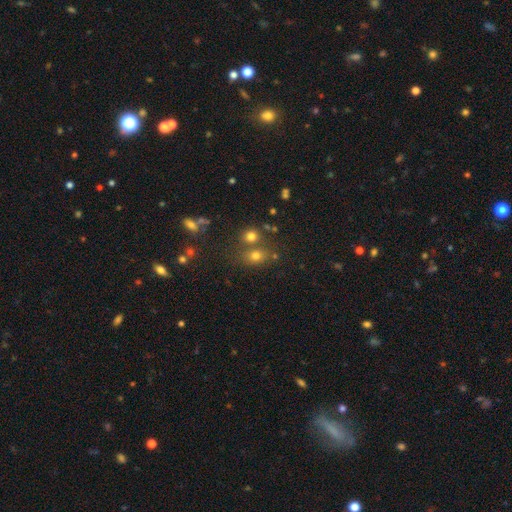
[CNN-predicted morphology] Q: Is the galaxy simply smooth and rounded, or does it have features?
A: smooth — 70%.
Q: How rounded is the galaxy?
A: round — 52%.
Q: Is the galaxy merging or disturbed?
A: none — 58%.